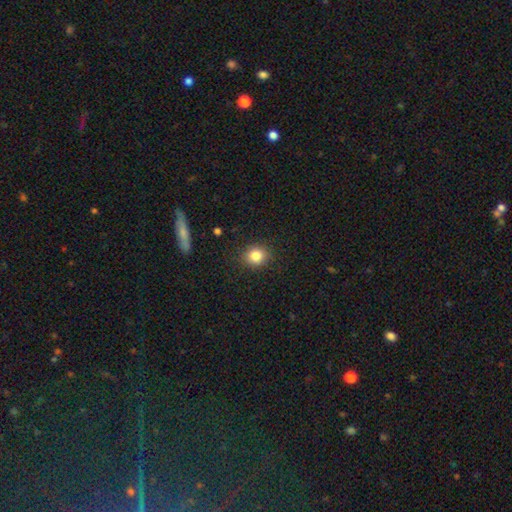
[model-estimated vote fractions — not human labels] This appears to be a smooth galaxy with no disk features (84%) that is round (75%). Merging: none (88%).